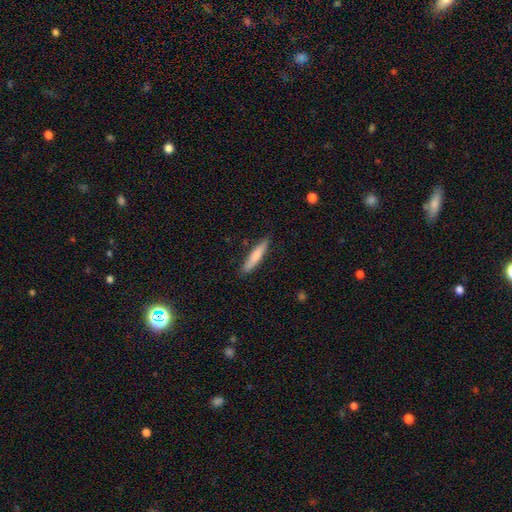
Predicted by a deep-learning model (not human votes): smooth_or_featured: smooth (p=0.76) [alt: featured or disk p=0.18]
how_rounded: cigar-shaped (p=0.90) [alt: in between p=0.09]
merging: none (p=0.88) [alt: minor disturbance p=0.09]